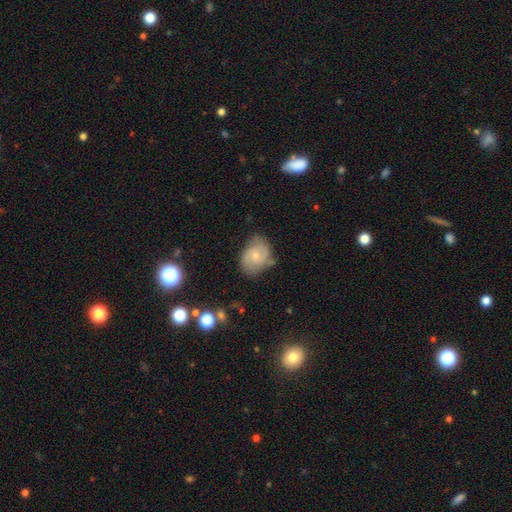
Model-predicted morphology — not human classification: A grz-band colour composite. It shows a featured or disk galaxy (61%) with no bar (63%), 2 (72%) medium (46%) spiral arms (89%) and a small central bulge (59%). Merging: none (62%).